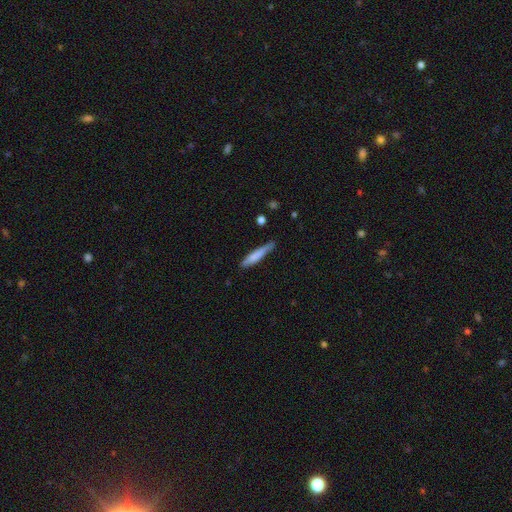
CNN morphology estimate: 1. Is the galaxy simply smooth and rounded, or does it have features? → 73% smooth, 21% featured or disk, 6% star or artifact.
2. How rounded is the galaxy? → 90% cigar-shaped, 9% in between, 1% round.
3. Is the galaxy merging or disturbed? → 68% none, 25% minor disturbance, 4% major disturbance, 2% merger.